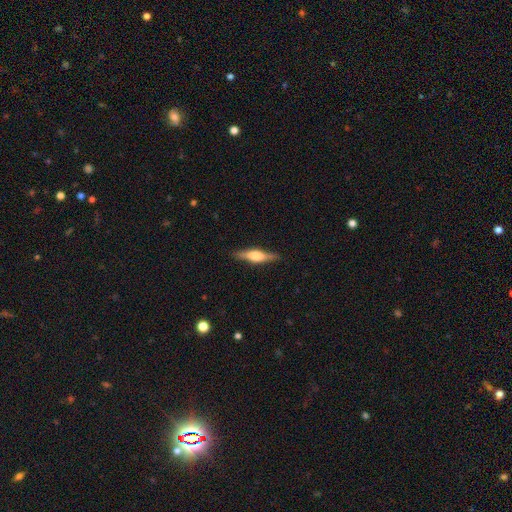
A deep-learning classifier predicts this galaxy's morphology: Smooth or featured?
  - featured or disk: 60% *
  - smooth: 34%
  - star or artifact: 6%
Edge-on disk?
  - yes: 95% *
  - no: 5%
Edge-on bulge?
  - rounded: 87% *
  - boxy: 11%
  - none: 3%
Merging?
  - none: 88% *
  - minor disturbance: 9%
  - major disturbance: 2%
  - merger: 1%